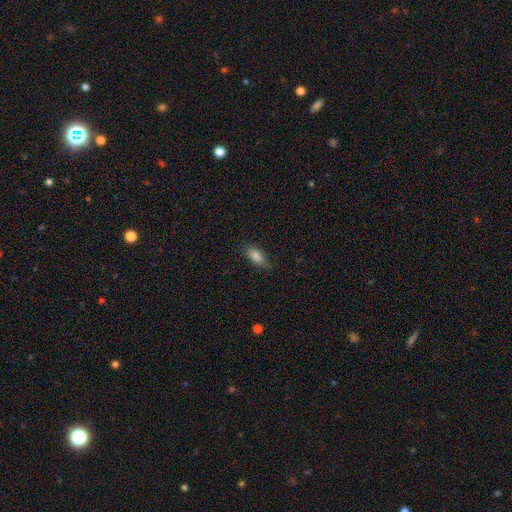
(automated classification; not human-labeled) smooth 85%, star or artifact 8%, featured or disk 7%. Down the decision tree: how rounded — in between (84%); merging — none (79%).